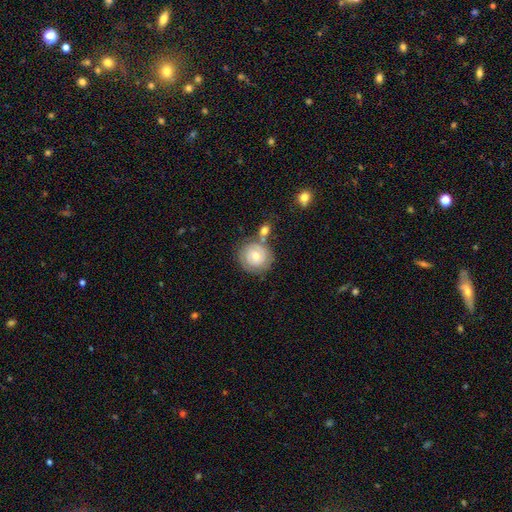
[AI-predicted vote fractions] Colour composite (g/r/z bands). It shows a featured or disk galaxy (53%) with no bar (72%), spiral arms (72%) and a moderate central bulge (63%). Merging: none (69%).